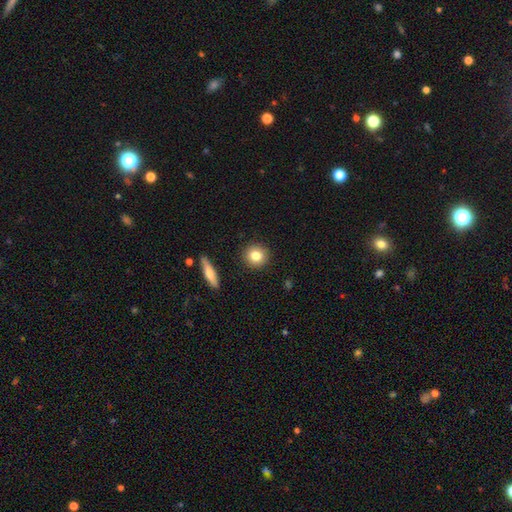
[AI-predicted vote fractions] smooth-or-featured: smooth: 80% | featured or disk: 11% | star or artifact: 9%
  how-rounded: round: 90% | in between: 9% | cigar-shaped: 1%
  merging: none: 91% | minor disturbance: 6% | major disturbance: 2% | merger: 2%